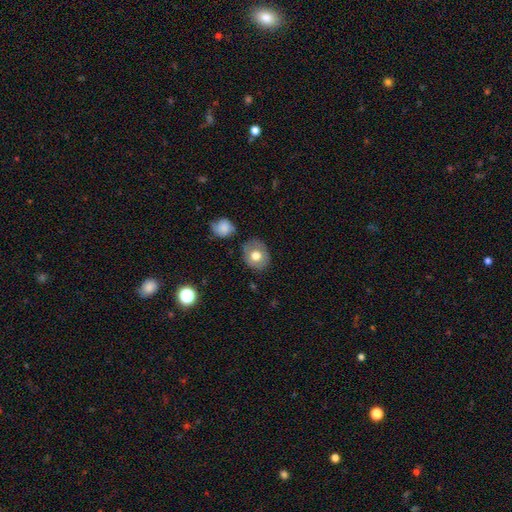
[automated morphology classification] A smooth galaxy with no disk features (69%) that is round (60%).

Vote fractions:
- Smooth or featured? smooth: 69% / featured or disk: 23% / star or artifact: 8%
- How rounded? round: 60% / in between: 39% / cigar-shaped: 1%
- Merging? none: 79% / minor disturbance: 14% / major disturbance: 4% / merger: 3%